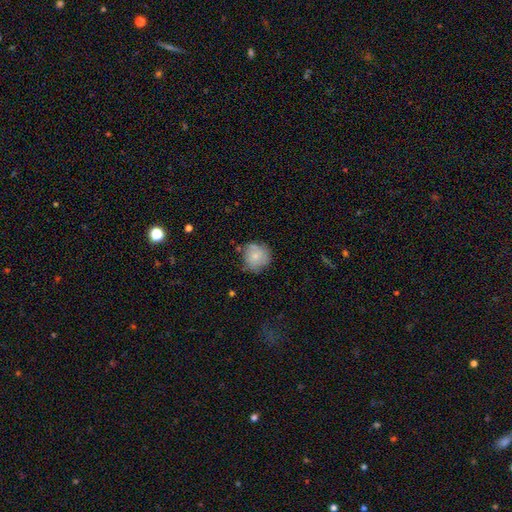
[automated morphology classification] Smooth or featured: smooth — 64% (featured or disk — 28%)
How rounded: round — 87% (in between — 12%)
Merging: none — 67% (minor disturbance — 24%)